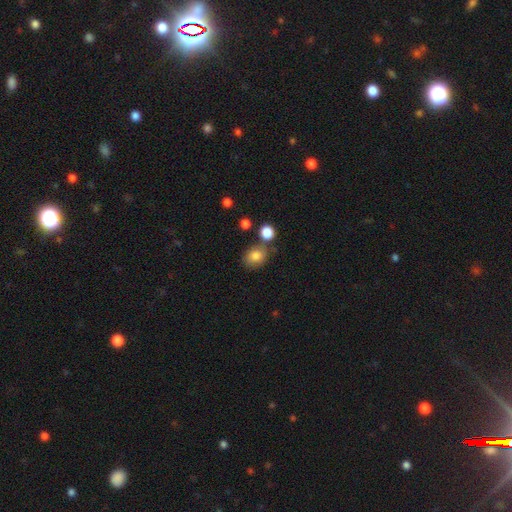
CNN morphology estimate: A smooth galaxy with no disk features (81%) that is round (51%).

Vote fractions:
- Smooth or featured? smooth: 81% / star or artifact: 10% / featured or disk: 9%
- How rounded? round: 51% / in between: 48% / cigar-shaped: 1%
- Merging? none: 65% / minor disturbance: 16% / merger: 13% / major disturbance: 5%